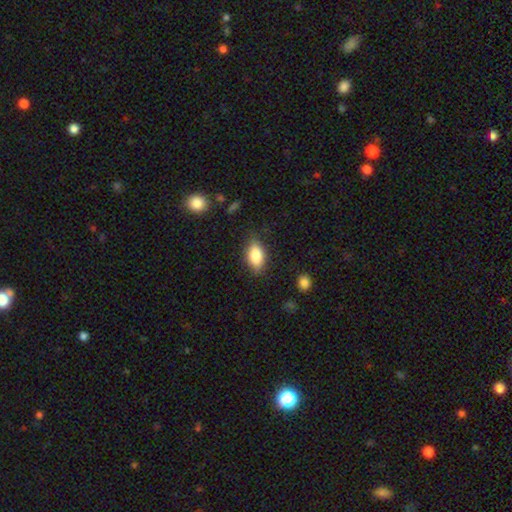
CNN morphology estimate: A smooth galaxy with no disk features (81%) that is in between round and cigar-shaped (88%).

Vote fractions:
- Smooth or featured? smooth: 81% / featured or disk: 11% / star or artifact: 7%
- How rounded? in between: 88% / cigar-shaped: 7% / round: 6%
- Merging? none: 82% / minor disturbance: 14% / major disturbance: 3% / merger: 1%